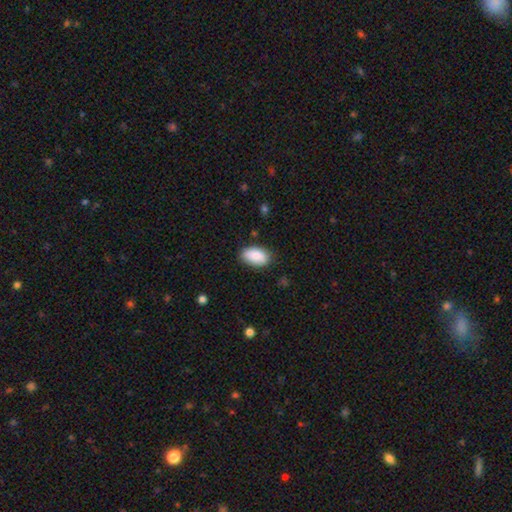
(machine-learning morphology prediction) Smooth or featured? Predicted: smooth (p=0.87). How rounded? Predicted: in between (p=0.94). Merging? Predicted: none (p=0.83).